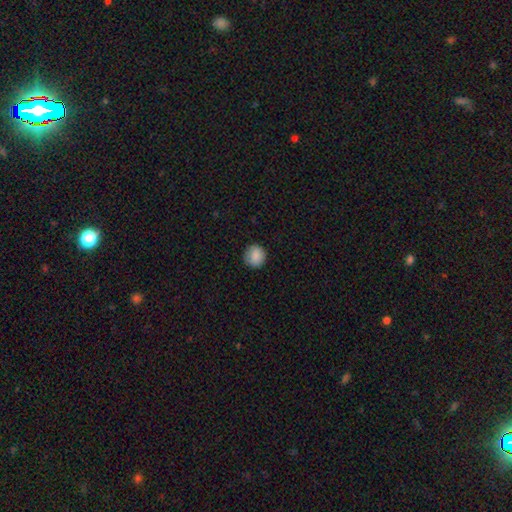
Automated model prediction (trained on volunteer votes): Smooth or featured: smooth — 87% (star or artifact — 8%)
How rounded: round — 89% (in between — 10%)
Merging: none — 85% (minor disturbance — 11%)